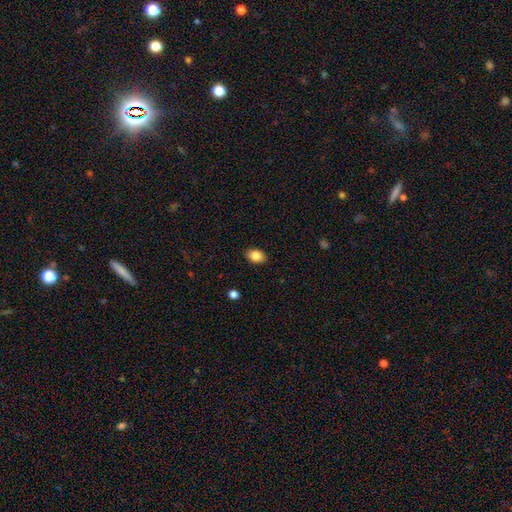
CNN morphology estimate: This appears to be a smooth galaxy with no disk features (86%) that is in between round and cigar-shaped (84%). Merging: none (88%).